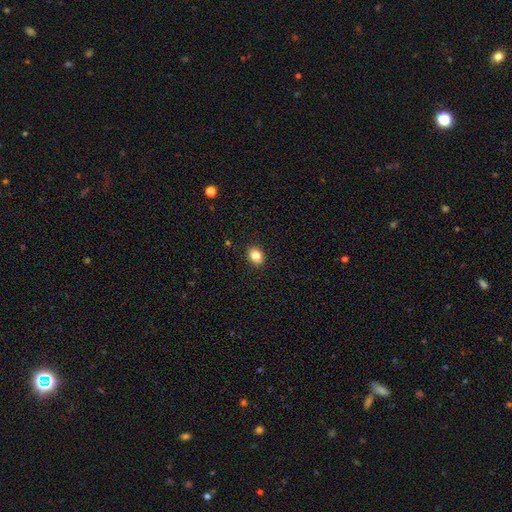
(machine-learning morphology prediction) smooth_or_featured: smooth (p=0.84) [alt: star or artifact p=0.09]
how_rounded: in between (p=0.62) [alt: round p=0.37]
merging: none (p=0.90) [alt: minor disturbance p=0.07]